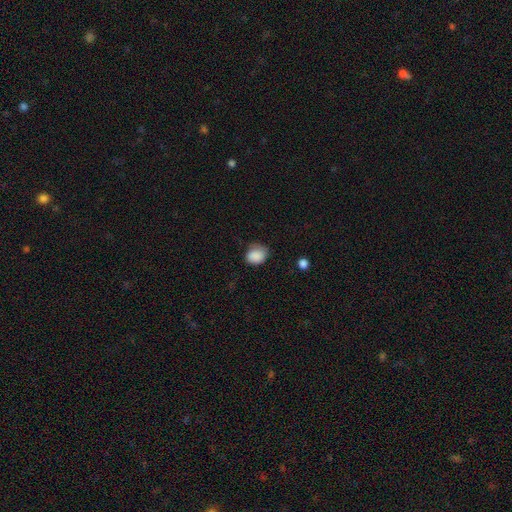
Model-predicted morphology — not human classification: Smooth or featured? smooth (87%)
How rounded? round (52%)
Merging? none (60%)